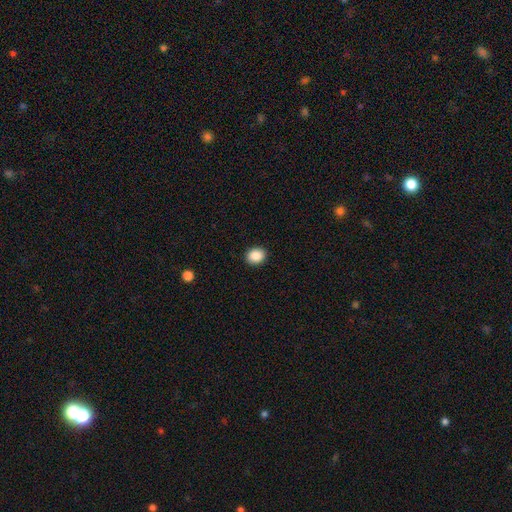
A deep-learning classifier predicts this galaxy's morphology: type=smooth (88%); roundness=round (63%); merging=none (92%).